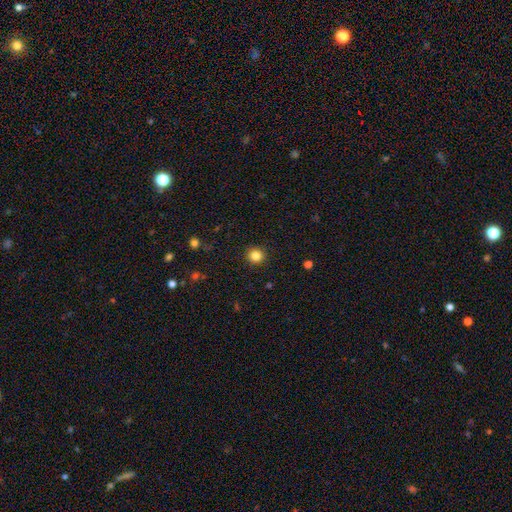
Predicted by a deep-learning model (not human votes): This is clearly a smooth galaxy (83%). How rounded: clearly round (92%). Merging: clearly none (92%).